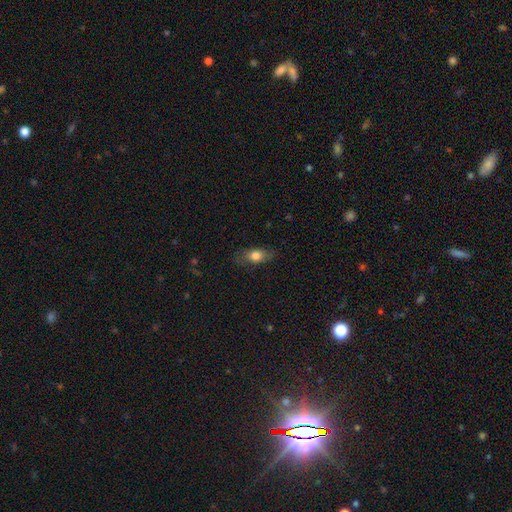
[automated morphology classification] Q: Smooth or featured?
A: smooth (74%); runner-up: featured or disk (18%)
Q: How rounded?
A: in between (78%); runner-up: cigar-shaped (12%)
Q: Merging?
A: none (77%); runner-up: minor disturbance (17%)